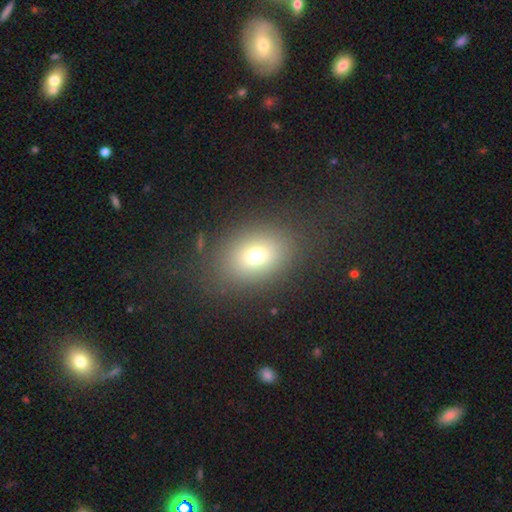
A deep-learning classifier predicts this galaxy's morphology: type=smooth (72%); roundness=in between (69%); merging=none (81%).